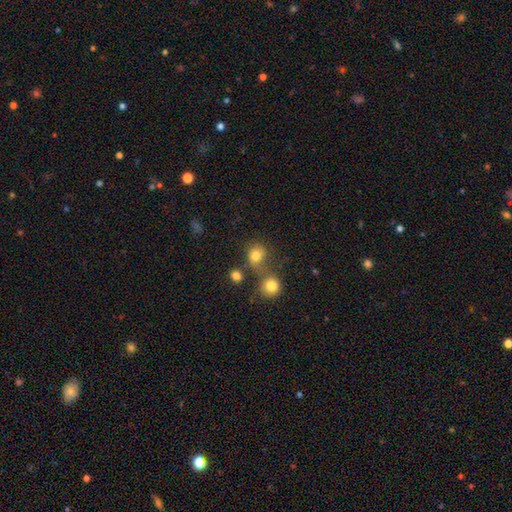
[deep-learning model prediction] Smooth or featured?
  - smooth: 80% *
  - star or artifact: 12%
  - featured or disk: 8%
How rounded?
  - round: 77% *
  - in between: 22%
  - cigar-shaped: 1%
Merging?
  - none: 51% *
  - merger: 27%
  - minor disturbance: 14%
  - major disturbance: 8%